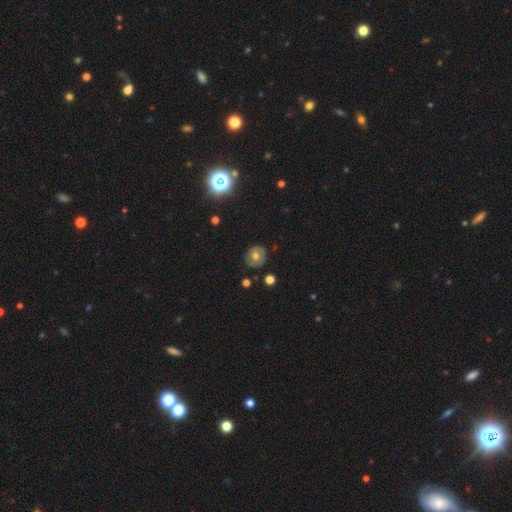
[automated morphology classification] Q: Smooth or featured?
A: smooth (50%); runner-up: featured or disk (39%)
Q: Merging?
A: none (82%); runner-up: minor disturbance (13%)